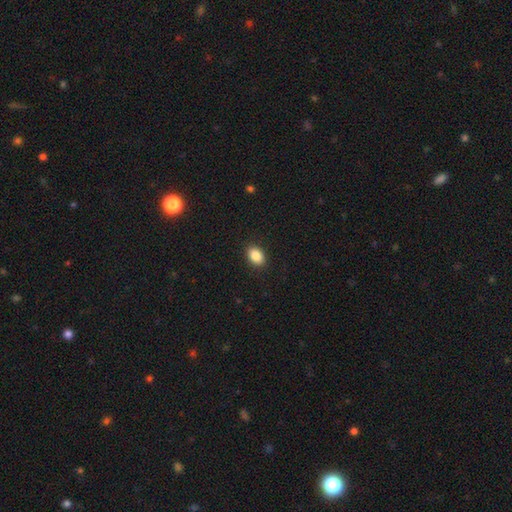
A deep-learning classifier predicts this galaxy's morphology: A smooth galaxy with no disk features (87%) that is in between round and cigar-shaped (84%).

Vote fractions:
- Smooth or featured? smooth: 87% / star or artifact: 8% / featured or disk: 5%
- How rounded? in between: 84% / round: 15% / cigar-shaped: 1%
- Merging? none: 90% / minor disturbance: 7% / major disturbance: 2% / merger: 1%